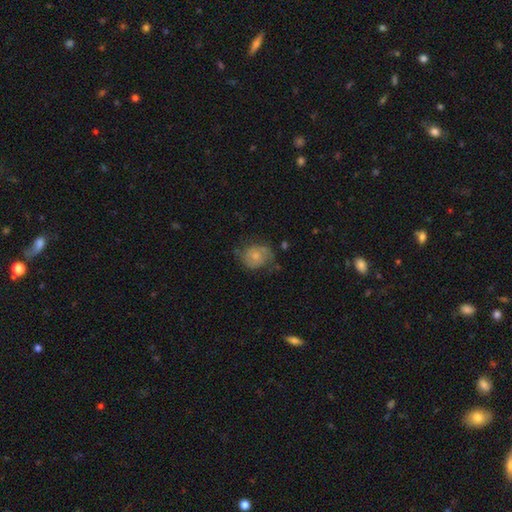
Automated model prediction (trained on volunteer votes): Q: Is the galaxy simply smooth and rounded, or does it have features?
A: smooth — 54%.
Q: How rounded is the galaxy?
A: round — 60%.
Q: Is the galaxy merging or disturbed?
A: none — 53%.